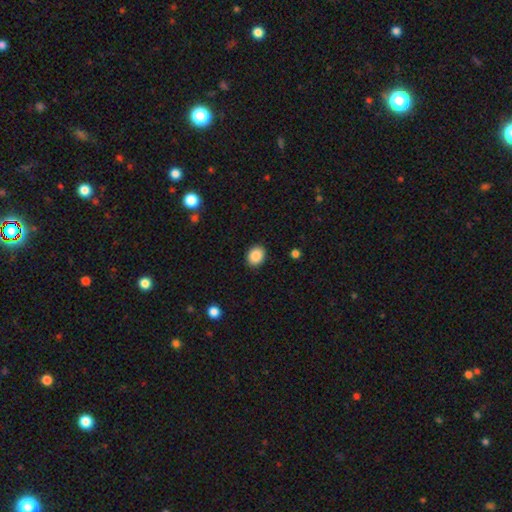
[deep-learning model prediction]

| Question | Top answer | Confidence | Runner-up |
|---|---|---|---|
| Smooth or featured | smooth | 88% | star or artifact (8%) |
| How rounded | round | 56% | in between (43%) |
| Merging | none | 90% | minor disturbance (7%) |